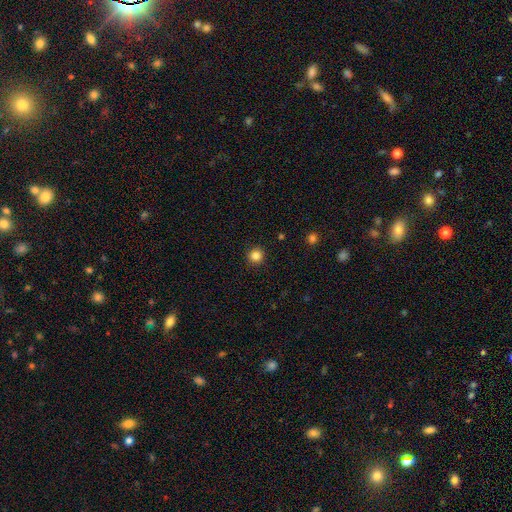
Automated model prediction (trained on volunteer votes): Morphology: type=smooth (85%); roundness=round (94%); merging=none (92%).